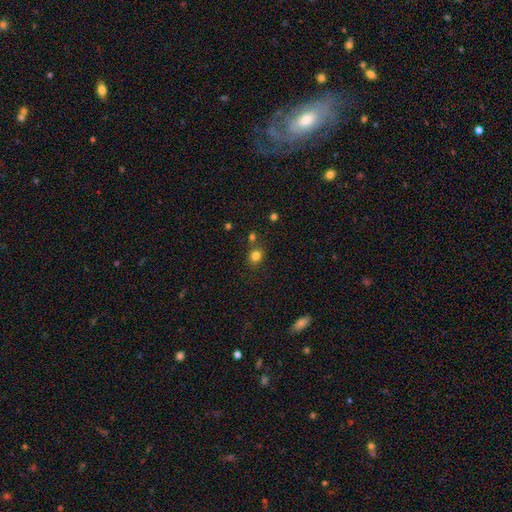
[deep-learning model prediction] smooth-or-featured: smooth: 81% | star or artifact: 14% | featured or disk: 6%
  how-rounded: round: 72% | in between: 27% | cigar-shaped: 1%
  merging: none: 75% | merger: 11% | minor disturbance: 11% | major disturbance: 3%